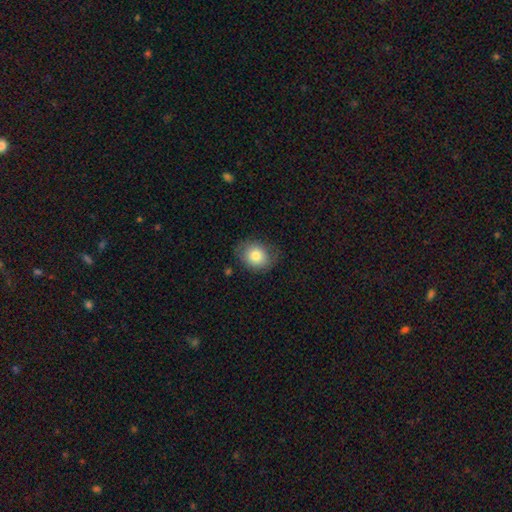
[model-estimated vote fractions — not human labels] smooth_or_featured: smooth (p=0.80) [alt: featured or disk p=0.12]
how_rounded: round (p=0.55) [alt: in between p=0.44]
merging: none (p=0.74) [alt: minor disturbance p=0.19]